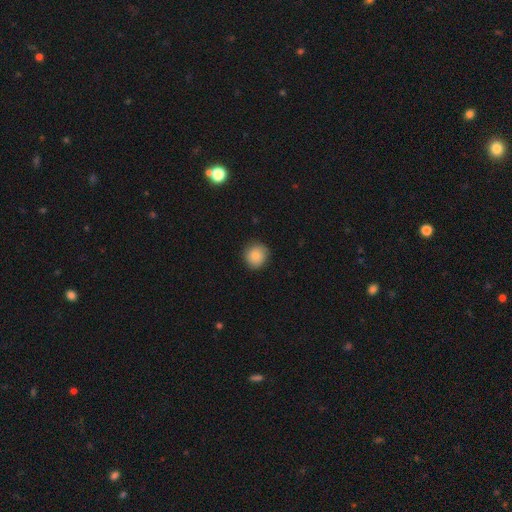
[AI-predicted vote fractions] smooth-or-featured: smooth: 84% | star or artifact: 8% | featured or disk: 8%
  how-rounded: round: 89% | in between: 10% | cigar-shaped: 1%
  merging: none: 86% | minor disturbance: 11% | major disturbance: 2% | merger: 1%